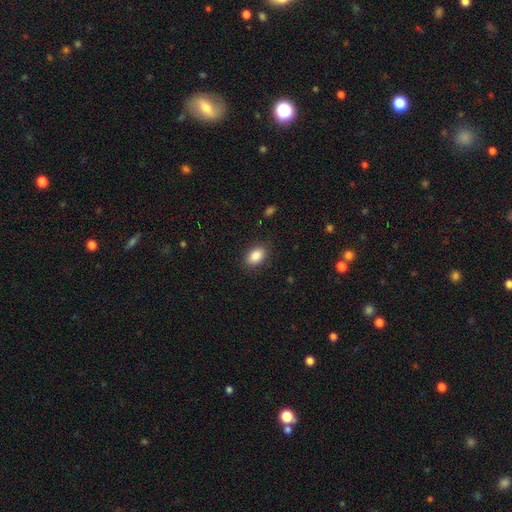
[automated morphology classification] smooth-or-featured: smooth: 88% | star or artifact: 8% | featured or disk: 5%
  how-rounded: in between: 88% | round: 11% | cigar-shaped: 1%
  merging: none: 87% | minor disturbance: 10% | major disturbance: 3% | merger: 1%